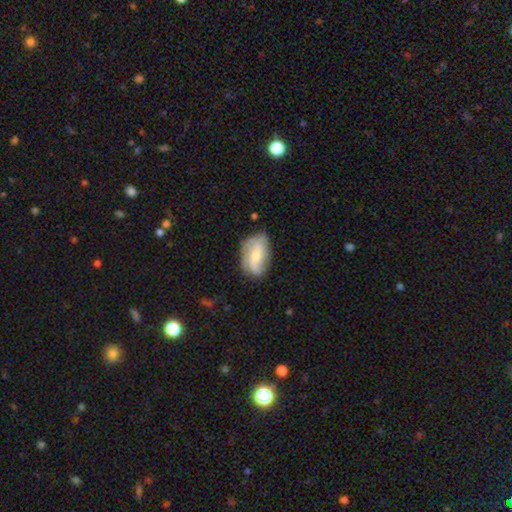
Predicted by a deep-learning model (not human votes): smooth-or-featured: featured or disk: 60% | smooth: 33% | star or artifact: 7%
  disk-edge-on: no: 95% | yes: 5%
    bar: no: 47% | weak: 38% | strong: 15%
    has-spiral-arms: yes: 86% | no: 14%
    bulge-size: small: 46% | moderate: 45% | large: 4% | none: 3% | dominant: 1%
  merging: none: 68% | minor disturbance: 23% | major disturbance: 7% | merger: 2%